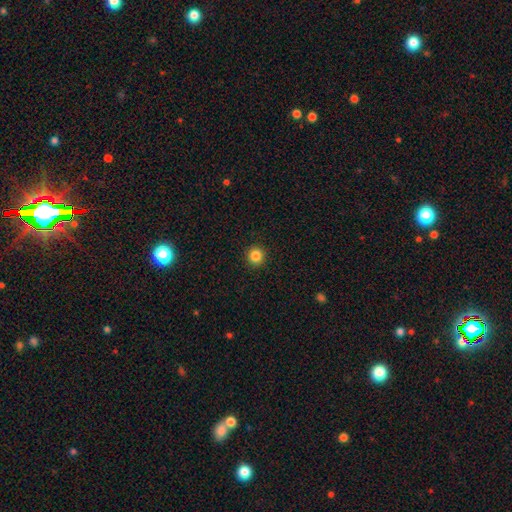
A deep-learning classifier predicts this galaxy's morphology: This appears to be a smooth galaxy with no disk features (85%) that is round (94%). Merging: none (93%).